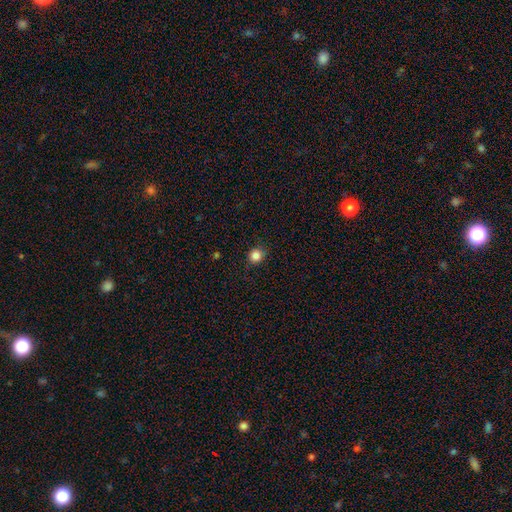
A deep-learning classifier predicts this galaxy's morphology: Smooth or featured? Predicted: smooth (p=0.84). How rounded? Predicted: round (p=0.88). Merging? Predicted: none (p=0.85).